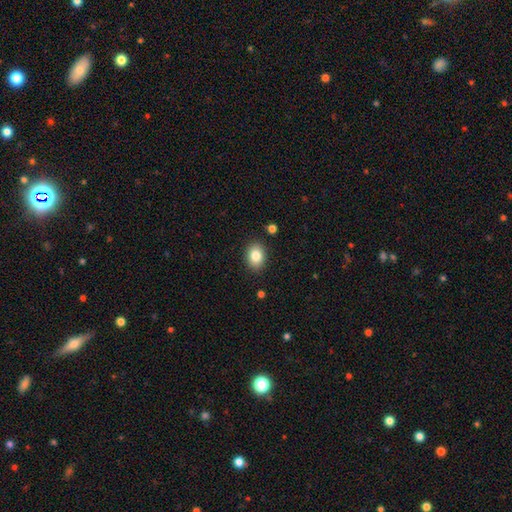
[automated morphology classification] This is clearly a smooth galaxy (84%). How rounded: likely in between (67%). Merging: clearly none (88%).